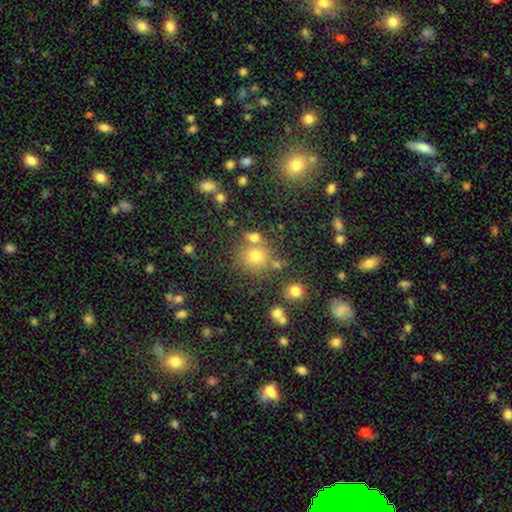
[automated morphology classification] The model was most divided on "merging": none: 68%, merger: 18%, minor disturbance: 10%, major disturbance: 4%. More confident: how rounded — round (87%); smooth or featured — smooth (72%).